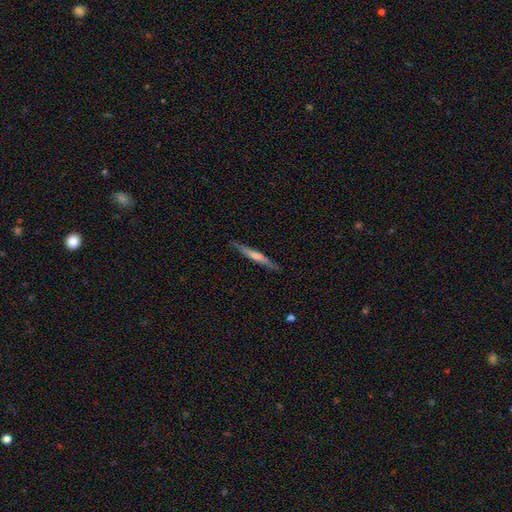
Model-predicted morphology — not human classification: type=featured or disk (54%); edge-on=yes (96%); edge-on bulge=none (41%); merging=none (88%).